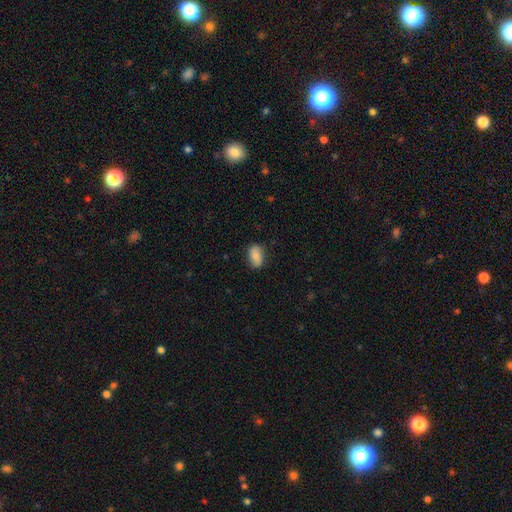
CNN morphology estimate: The model was most divided on "smooth or featured": smooth: 79%, featured or disk: 14%, star or artifact: 7%. More confident: how rounded — in between (88%); merging — none (81%).